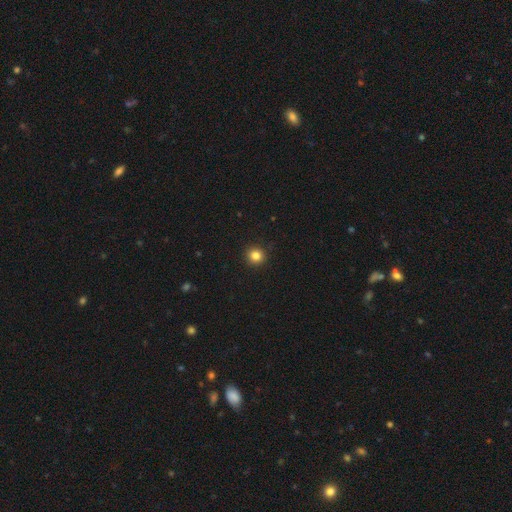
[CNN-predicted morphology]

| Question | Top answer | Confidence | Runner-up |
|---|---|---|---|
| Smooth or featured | smooth | 84% | star or artifact (12%) |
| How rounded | round | 94% | in between (5%) |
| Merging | none | 93% | minor disturbance (5%) |